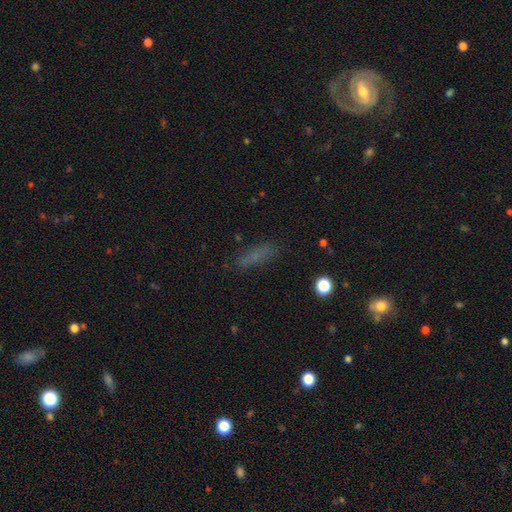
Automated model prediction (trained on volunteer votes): Overall: smooth (65%). How rounded: cigar-shaped (60%; in between 36%). Merging: none (77%).